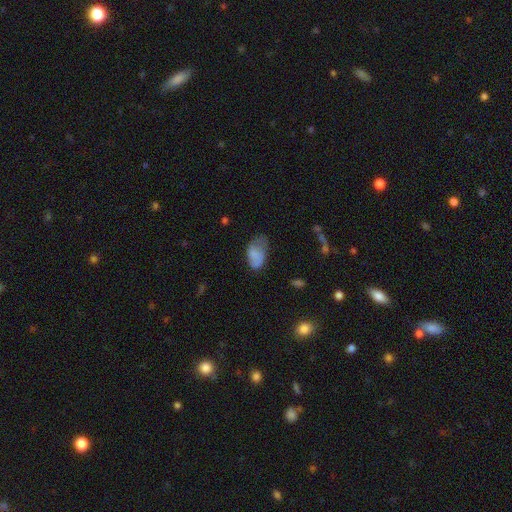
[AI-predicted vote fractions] A smooth galaxy with no disk features (75%) that is in between round and cigar-shaped (91%). Merging: minor disturbance (37%, tied with none).